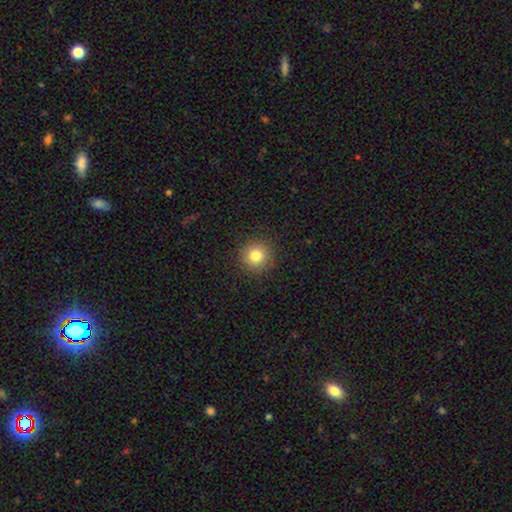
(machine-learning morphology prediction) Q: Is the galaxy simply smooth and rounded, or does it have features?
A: smooth — 82%.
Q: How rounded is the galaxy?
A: round — 94%.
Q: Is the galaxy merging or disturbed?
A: none — 91%.